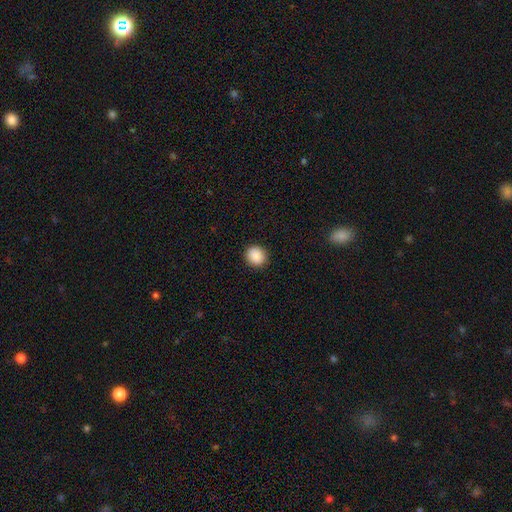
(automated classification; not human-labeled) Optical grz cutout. It shows a smooth galaxy with no disk features (89%) that is round (84%). Merging: none (91%).